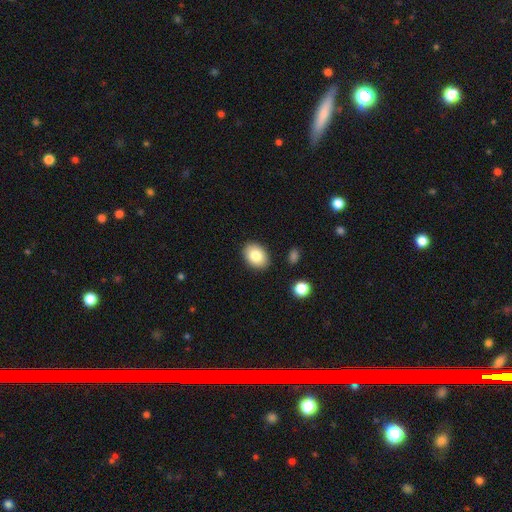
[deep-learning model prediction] smooth 84%, featured or disk 9%, star or artifact 8%. Down the decision tree: how rounded — in between (78%); merging — none (88%).